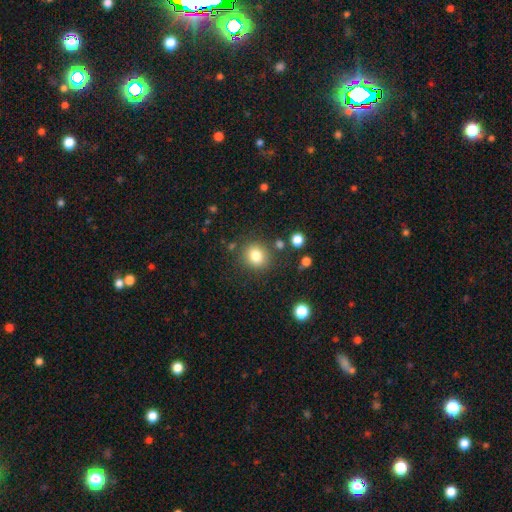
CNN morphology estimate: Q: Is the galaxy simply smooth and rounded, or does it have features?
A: smooth — 81%.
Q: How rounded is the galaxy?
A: round — 81%.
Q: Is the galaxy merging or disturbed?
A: none — 83%.